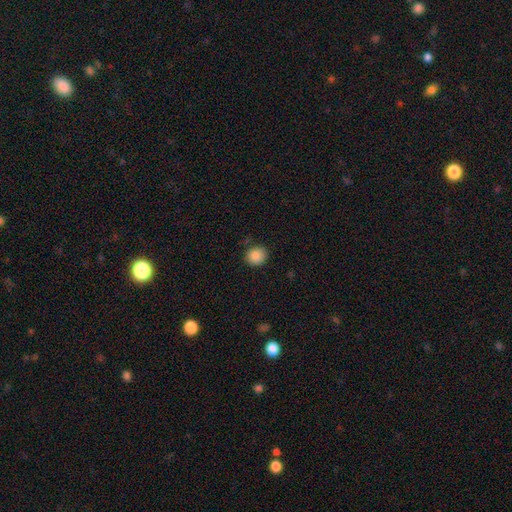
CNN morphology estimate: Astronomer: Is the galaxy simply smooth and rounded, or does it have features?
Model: smooth — 87%.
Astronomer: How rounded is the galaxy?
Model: round — 85%.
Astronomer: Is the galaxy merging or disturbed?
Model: none — 86%.